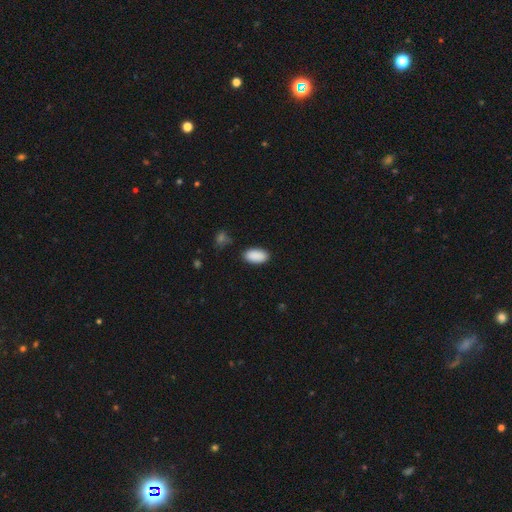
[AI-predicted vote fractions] Smooth or featured? Predicted: smooth (p=0.91). How rounded? Predicted: in between (p=0.94). Merging? Predicted: none (p=0.86).